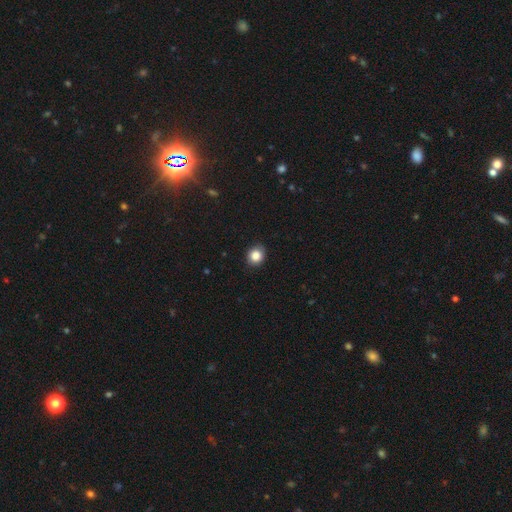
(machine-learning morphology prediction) Smooth or featured?
  - smooth: 86% *
  - star or artifact: 10%
  - featured or disk: 4%
How rounded?
  - round: 78% *
  - in between: 21%
  - cigar-shaped: 1%
Merging?
  - none: 88% *
  - minor disturbance: 9%
  - major disturbance: 2%
  - merger: 1%